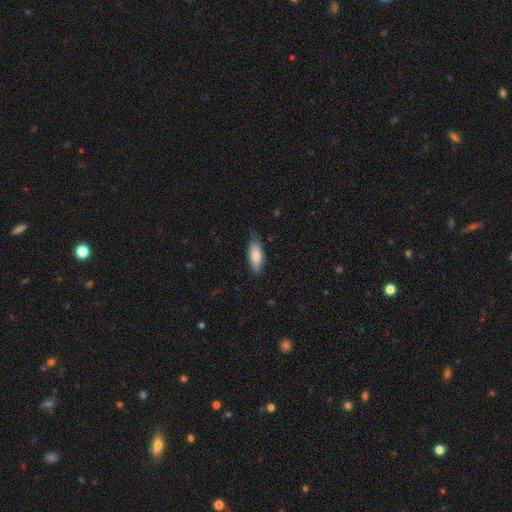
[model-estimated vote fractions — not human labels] This is clearly a smooth galaxy (84%). How rounded: likely in between (76%). Merging: likely none (77%).